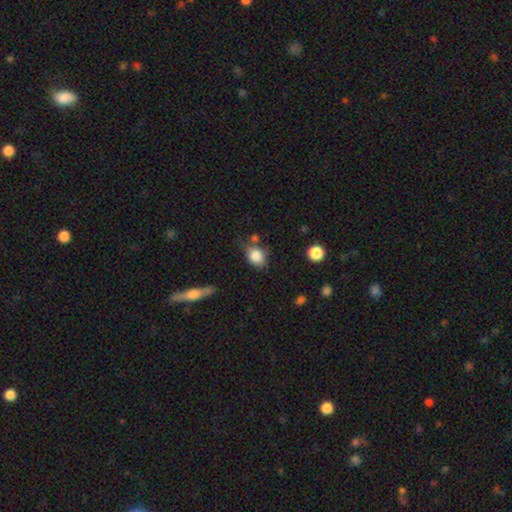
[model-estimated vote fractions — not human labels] Morphology: type=smooth (83%); roundness=round (50%); merging=none (57%).